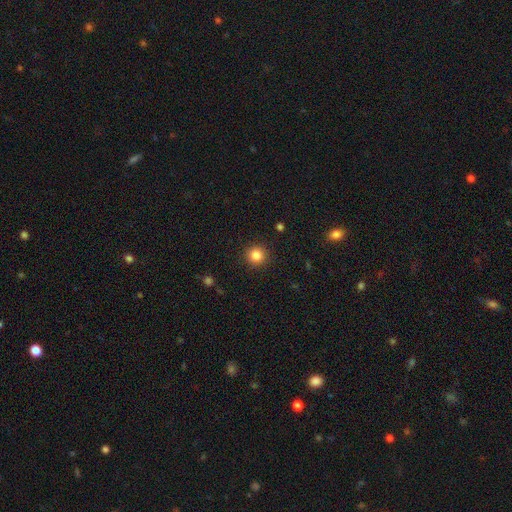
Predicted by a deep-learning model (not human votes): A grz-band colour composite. It shows a smooth galaxy with no disk features (84%) that is round (94%). Merging: none (91%).